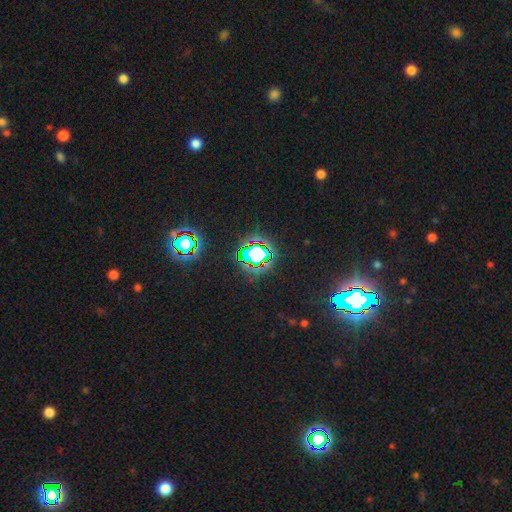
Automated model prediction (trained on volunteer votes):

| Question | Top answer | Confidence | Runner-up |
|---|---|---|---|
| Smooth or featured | star or artifact | 61% | smooth (26%) |